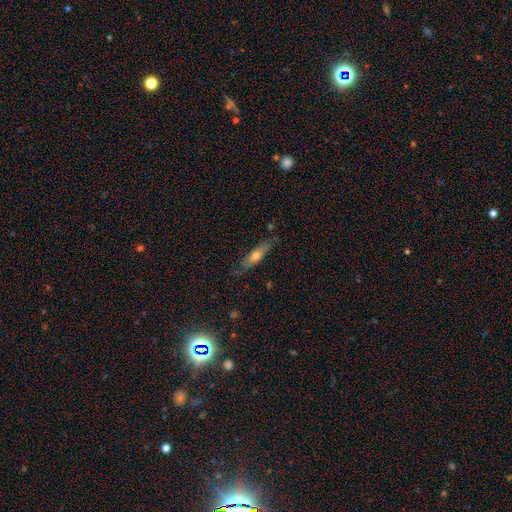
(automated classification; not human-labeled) This appears to be a smooth galaxy with no disk features (51%) that is cigar-shaped (60%). Merging: none (71%).